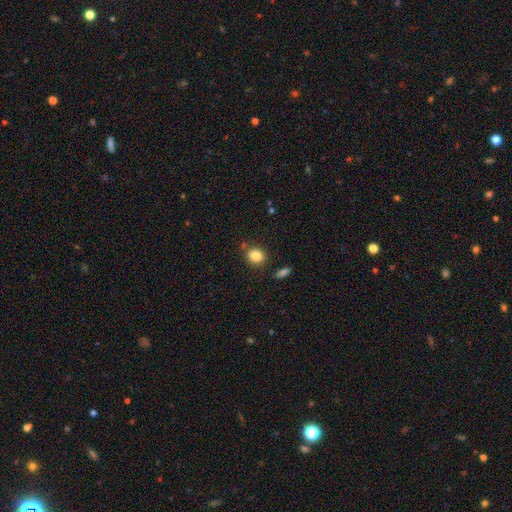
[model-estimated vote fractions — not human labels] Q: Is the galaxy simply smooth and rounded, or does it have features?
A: smooth — 85%.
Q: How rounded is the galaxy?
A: round — 67%.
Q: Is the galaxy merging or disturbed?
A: none — 79%.